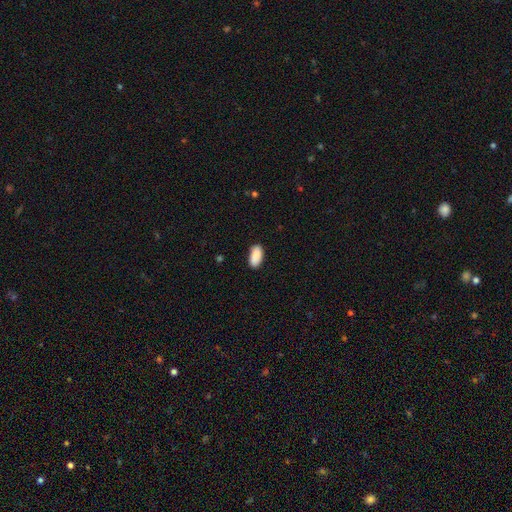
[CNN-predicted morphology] This is clearly a smooth galaxy (89%). How rounded: clearly in between (93%). Merging: clearly none (84%).